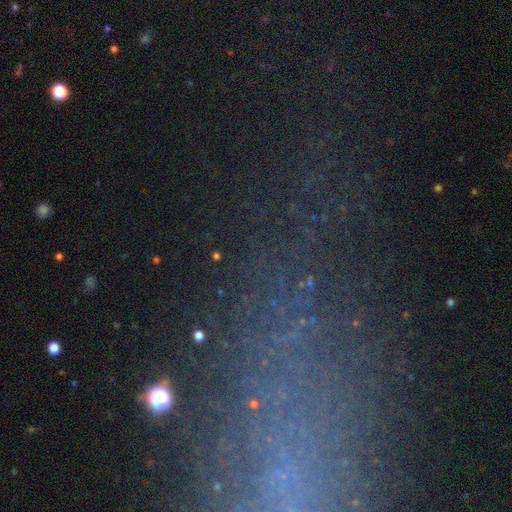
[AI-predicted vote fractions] A star or artifact, not a galaxy (60%).